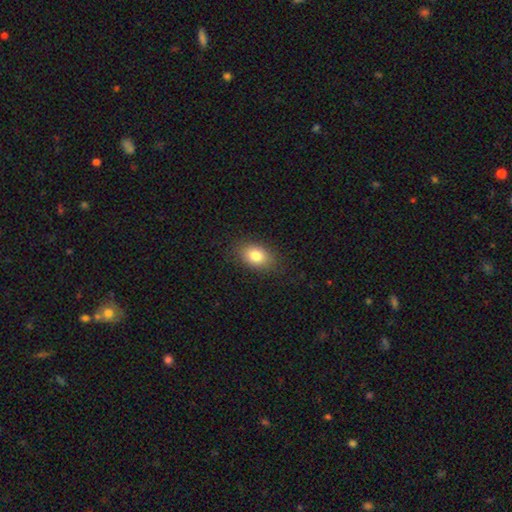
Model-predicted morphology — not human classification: smooth_or_featured: smooth (p=0.81) [alt: featured or disk p=0.10]
how_rounded: in between (p=0.81) [alt: round p=0.18]
merging: none (p=0.85) [alt: minor disturbance p=0.11]